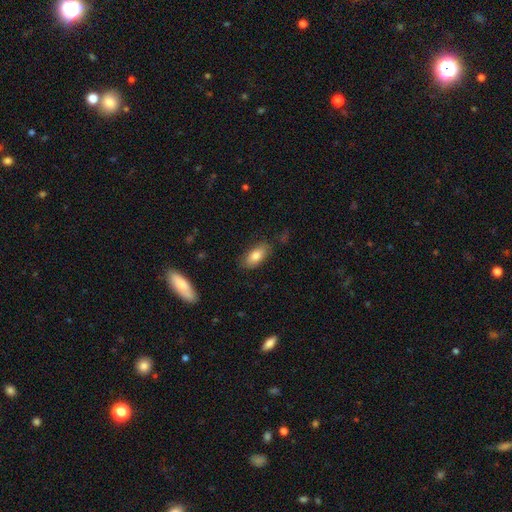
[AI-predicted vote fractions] A smooth galaxy with no disk features (80%) that is in between round and cigar-shaped (89%).

Vote fractions:
- Smooth or featured? smooth: 80% / featured or disk: 13% / star or artifact: 7%
- How rounded? in between: 89% / cigar-shaped: 8% / round: 4%
- Merging? none: 80% / minor disturbance: 15% / major disturbance: 3% / merger: 2%